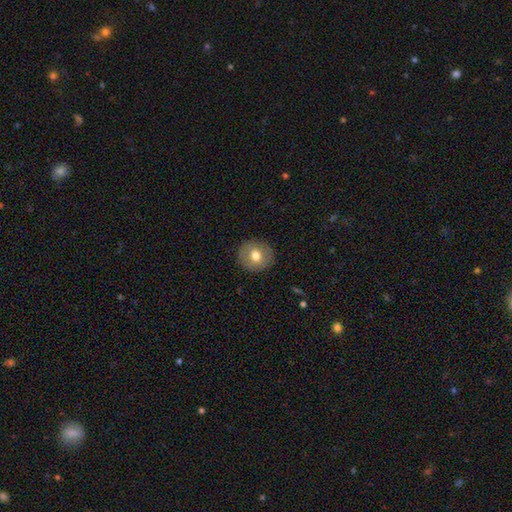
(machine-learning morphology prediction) This appears to be a smooth galaxy with no disk features (71%) that is round (88%). Merging: none (90%).